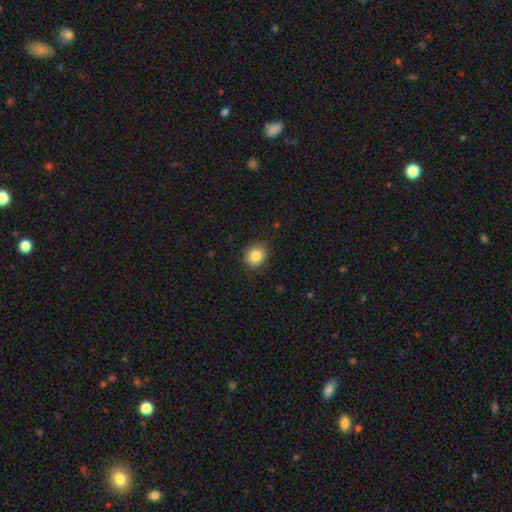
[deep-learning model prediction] A smooth galaxy with no disk features (84%) that is round (71%).

Vote fractions:
- Smooth or featured? smooth: 84% / star or artifact: 9% / featured or disk: 6%
- How rounded? round: 71% / in between: 28% / cigar-shaped: 1%
- Merging? none: 86% / minor disturbance: 11% / major disturbance: 2% / merger: 1%